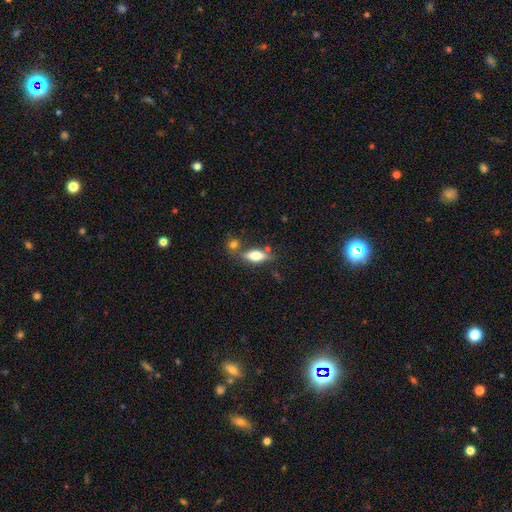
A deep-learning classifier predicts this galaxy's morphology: Smooth or featured? smooth (65%)
How rounded? in between (74%)
Merging? none (62%)